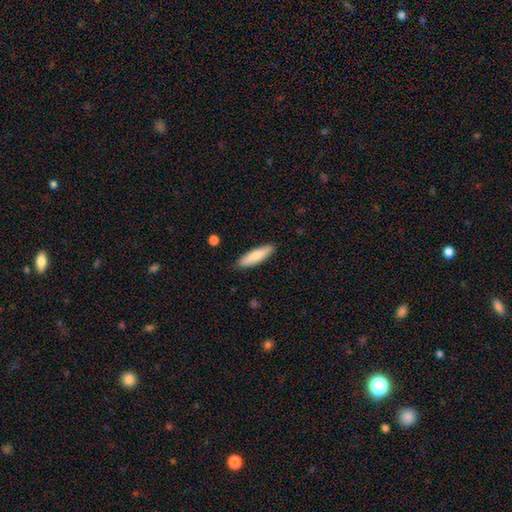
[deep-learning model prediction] A smooth galaxy with no disk features (79%) that is cigar-shaped (64%).

Vote fractions:
- Smooth or featured? smooth: 79% / featured or disk: 16% / star or artifact: 5%
- How rounded? cigar-shaped: 64% / in between: 34% / round: 2%
- Merging? none: 87% / minor disturbance: 10% / major disturbance: 2% / merger: 1%